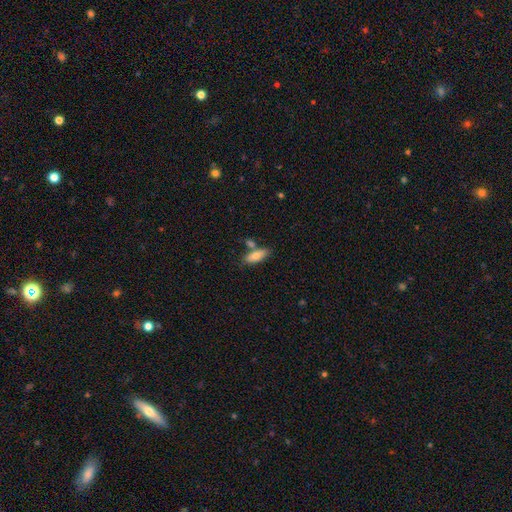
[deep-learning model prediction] The model was most divided on "how rounded": in between: 71%, cigar-shaped: 26%, round: 3%. More confident: smooth or featured — smooth (79%); merging — none (65%).